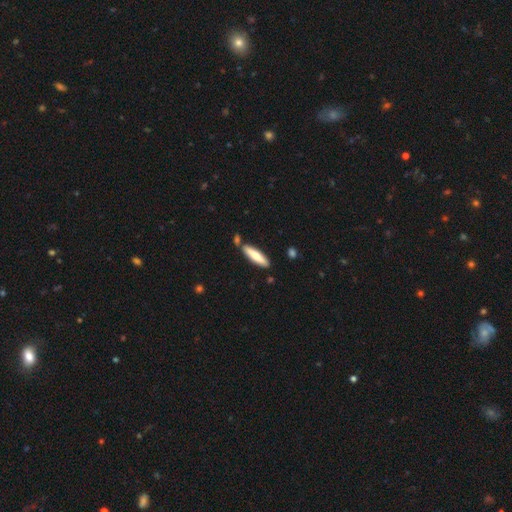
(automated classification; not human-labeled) Q: Smooth or featured?
A: smooth (67%); runner-up: featured or disk (28%)
Q: How rounded?
A: cigar-shaped (75%); runner-up: in between (24%)
Q: Merging?
A: none (80%); runner-up: minor disturbance (11%)